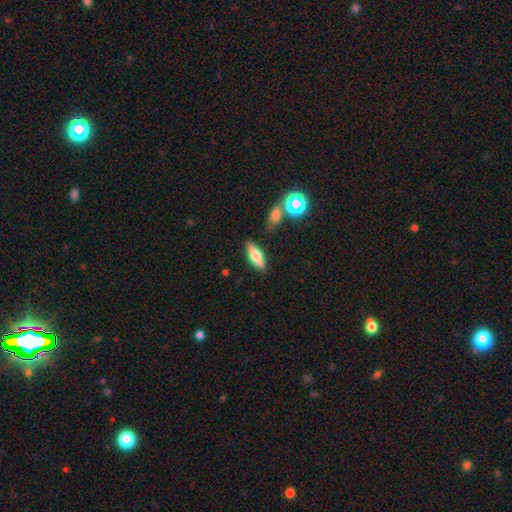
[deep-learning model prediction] Morphology: type=smooth (64%); roundness=in between (61%); merging=none (85%).